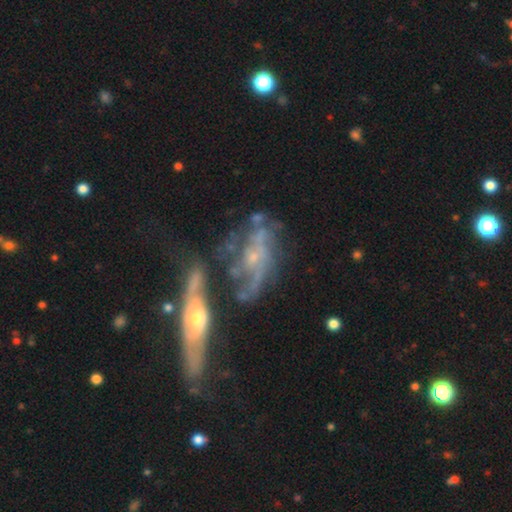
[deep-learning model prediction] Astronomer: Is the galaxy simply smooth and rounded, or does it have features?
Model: featured or disk — 76%.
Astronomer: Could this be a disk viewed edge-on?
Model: no — 85%.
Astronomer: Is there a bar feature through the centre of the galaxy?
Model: no — 74%.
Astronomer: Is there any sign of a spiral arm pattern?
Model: yes — 65%.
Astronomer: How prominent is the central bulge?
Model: small — 61%.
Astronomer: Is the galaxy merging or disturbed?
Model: none — 32% (runner-up: merger, 30%).